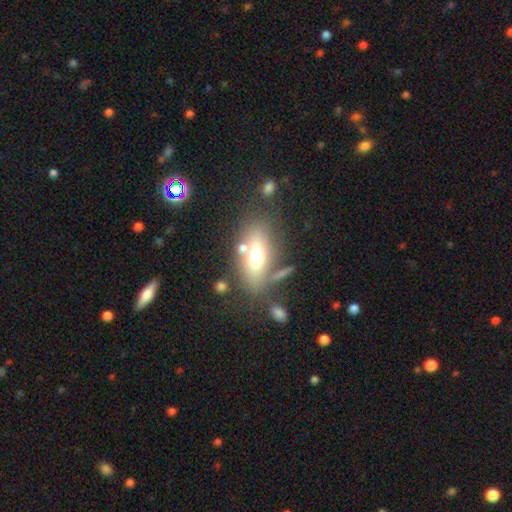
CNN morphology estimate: Smooth or featured?
  - smooth: 57% *
  - featured or disk: 32%
  - star or artifact: 11%
How rounded?
  - in between: 74% *
  - cigar-shaped: 15%
  - round: 11%
Merging?
  - none: 65% *
  - minor disturbance: 14%
  - merger: 13%
  - major disturbance: 8%